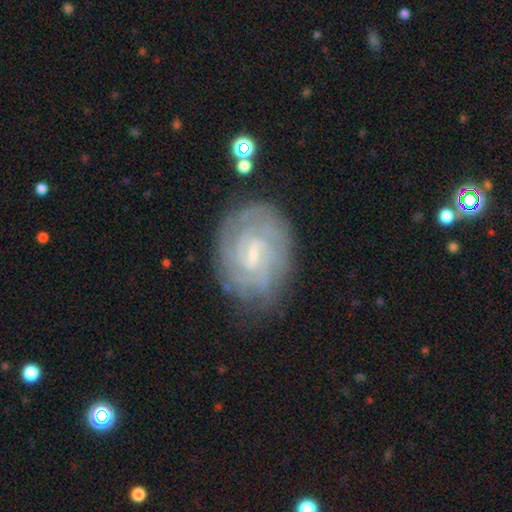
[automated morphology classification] Overall: featured or disk (75%). Edge-on disk: no (96%). Bar: weak (57%; no 27%). Spiral arms: yes (91%). Spiral arm count: can't tell (47%; 2 23%). Spiral winding: tight (72%). Bulge size: small (65%). Merging: none (78%).